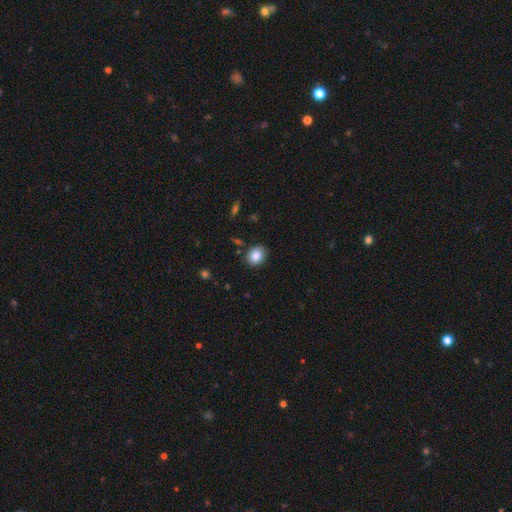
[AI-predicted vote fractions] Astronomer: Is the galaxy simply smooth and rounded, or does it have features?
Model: smooth — 85%.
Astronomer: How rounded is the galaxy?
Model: round — 53% (runner-up: in between, 46%).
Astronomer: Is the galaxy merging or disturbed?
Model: none — 86%.